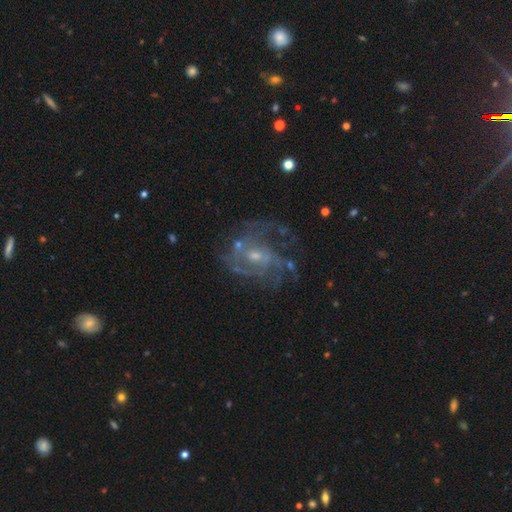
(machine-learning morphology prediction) Overall: featured or disk (80%). Edge-on disk: no (97%). Bar: no (50%; weak 42%). Spiral arms: yes (88%). Spiral arm count: can't tell (33%; 2 23%). Spiral winding: medium (46%; tight 33%). Bulge size: small (57%; moderate 34%). Merging: none (60%).